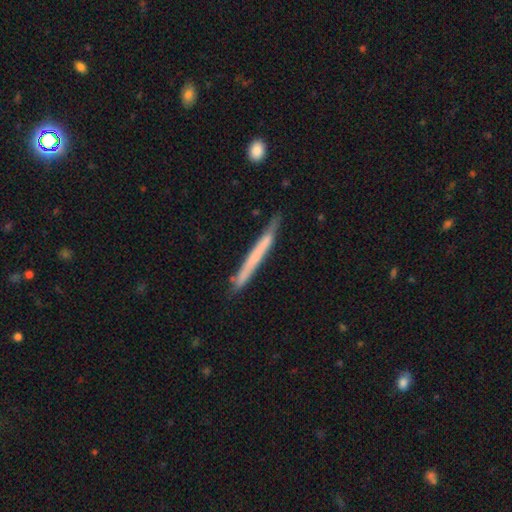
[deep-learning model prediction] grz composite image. It shows a smooth galaxy with no disk features (52%) that is cigar-shaped (97%). Merging: none (85%).